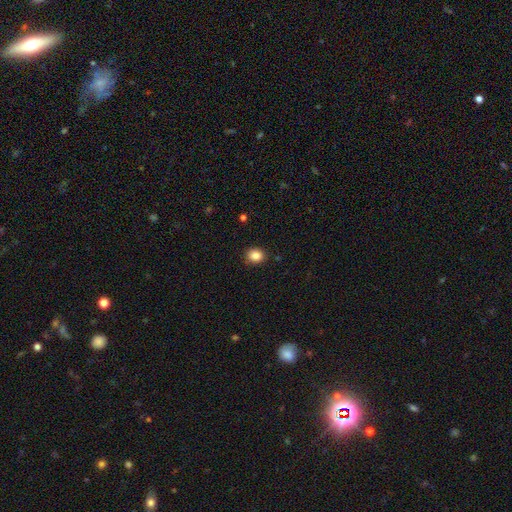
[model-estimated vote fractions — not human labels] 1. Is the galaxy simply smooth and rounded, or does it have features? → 85% smooth, 10% star or artifact, 4% featured or disk.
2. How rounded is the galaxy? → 71% round, 28% in between, 1% cigar-shaped.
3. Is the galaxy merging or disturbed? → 89% none, 8% minor disturbance, 2% major disturbance, 1% merger.